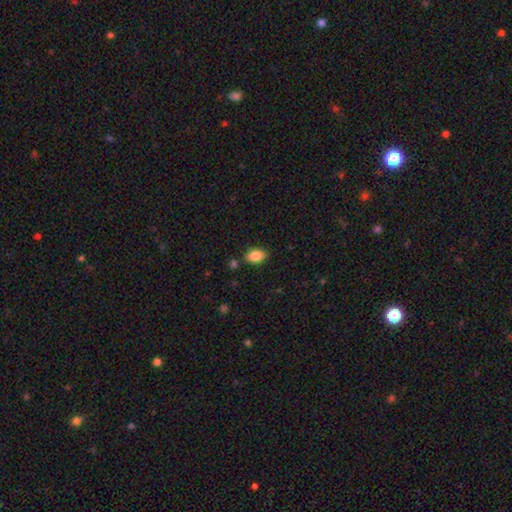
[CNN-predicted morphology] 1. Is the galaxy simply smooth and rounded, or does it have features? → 85% smooth, 9% star or artifact, 6% featured or disk.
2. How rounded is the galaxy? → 82% in between, 17% round, 1% cigar-shaped.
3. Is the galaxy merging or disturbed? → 83% none, 11% minor disturbance, 4% merger, 3% major disturbance.